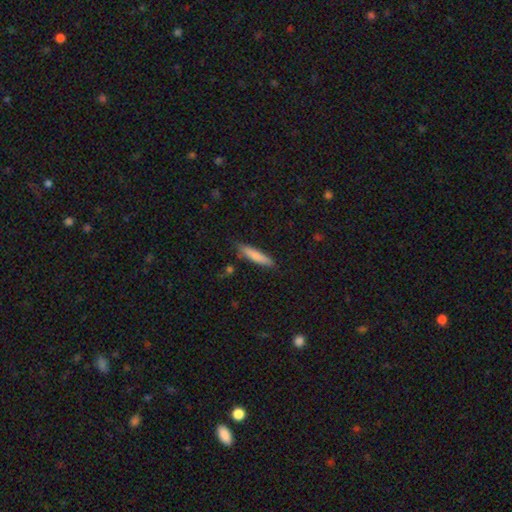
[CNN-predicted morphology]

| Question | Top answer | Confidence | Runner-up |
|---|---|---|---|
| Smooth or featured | smooth | 79% | featured or disk (15%) |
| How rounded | cigar-shaped | 84% | in between (15%) |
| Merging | none | 82% | minor disturbance (13%) |